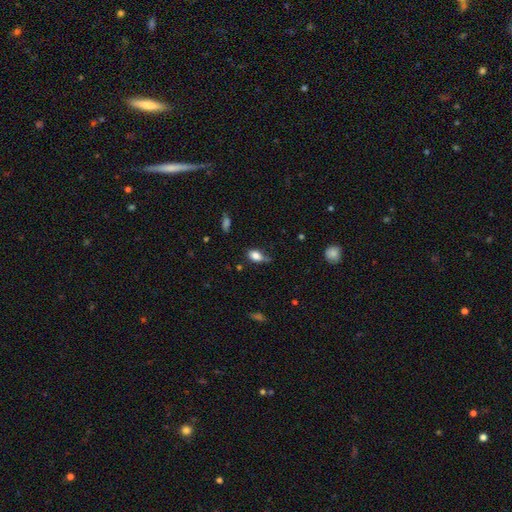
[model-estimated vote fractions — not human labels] Smooth or featured? smooth (81%)
How rounded? in between (84%)
Merging? none (49%)